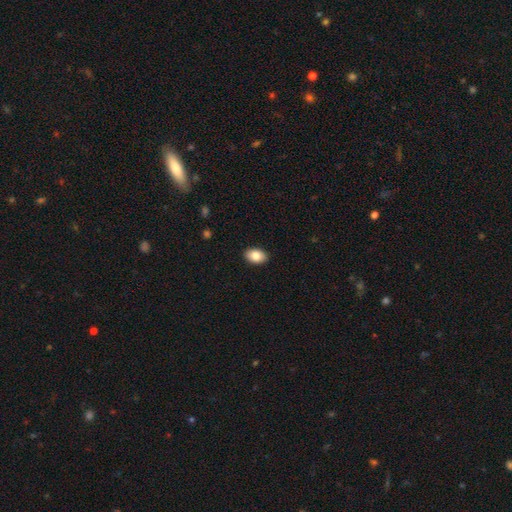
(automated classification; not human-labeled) smooth_or_featured: smooth (p=0.85) [alt: featured or disk p=0.08]
how_rounded: in between (p=0.89) [alt: round p=0.10]
merging: none (p=0.90) [alt: minor disturbance p=0.07]